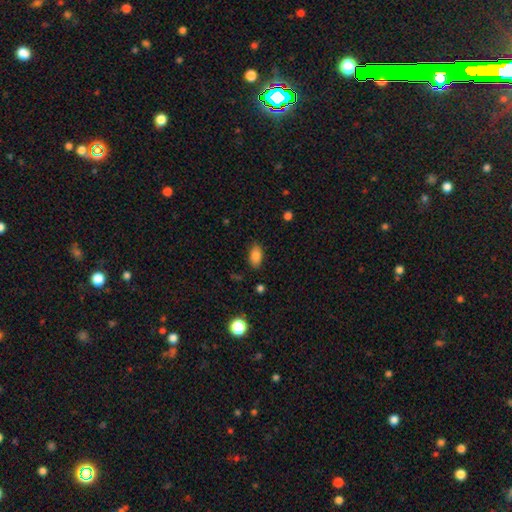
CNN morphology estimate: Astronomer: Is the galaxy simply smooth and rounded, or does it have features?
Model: smooth — 85%.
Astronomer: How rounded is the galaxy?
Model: in between — 91%.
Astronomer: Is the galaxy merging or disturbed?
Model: none — 85%.